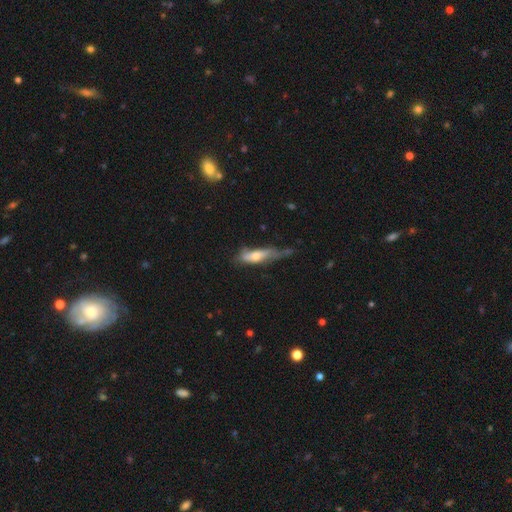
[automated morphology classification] Smooth or featured?
  - smooth: 53% *
  - featured or disk: 40%
  - star or artifact: 7%
How rounded?
  - cigar-shaped: 59% *
  - in between: 39%
  - round: 2%
Merging?
  - minor disturbance: 36% *
  - none: 31%
  - major disturbance: 28%
  - merger: 6%